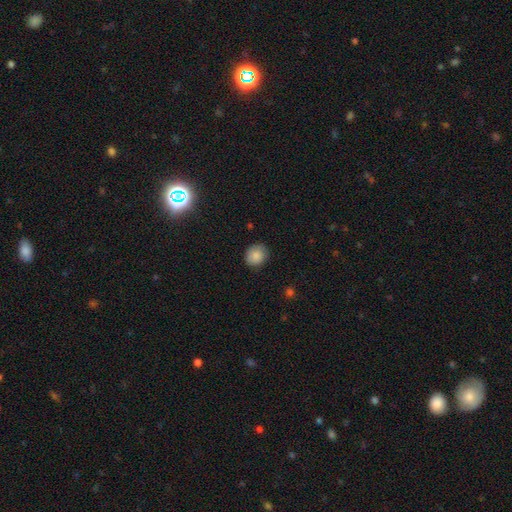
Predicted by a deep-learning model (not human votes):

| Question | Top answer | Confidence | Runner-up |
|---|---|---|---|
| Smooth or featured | smooth | 87% | star or artifact (8%) |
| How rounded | round | 76% | in between (24%) |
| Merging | none | 83% | minor disturbance (13%) |